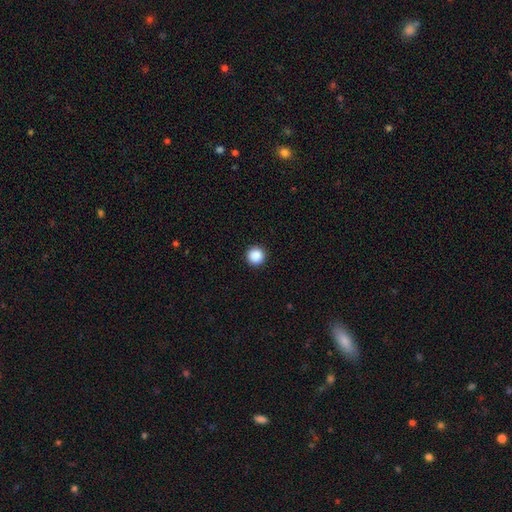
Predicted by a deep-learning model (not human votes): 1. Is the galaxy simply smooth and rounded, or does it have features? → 88% smooth, 9% star or artifact, 2% featured or disk.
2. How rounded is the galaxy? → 97% round, 2% in between, 1% cigar-shaped.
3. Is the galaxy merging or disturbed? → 94% none, 4% minor disturbance, 1% major disturbance, 1% merger.